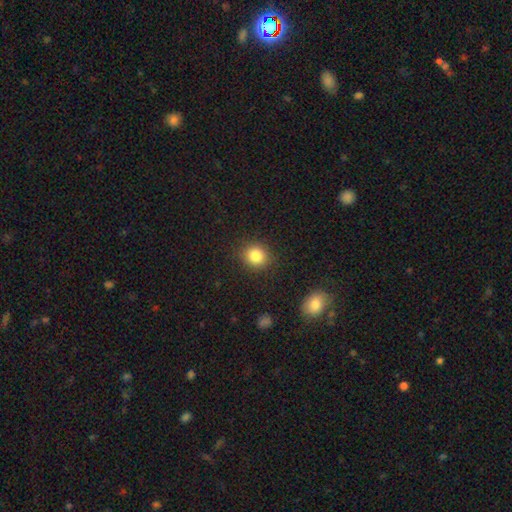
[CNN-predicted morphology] smooth-or-featured: smooth: 84% | star or artifact: 11% | featured or disk: 6%
  how-rounded: round: 80% | in between: 19% | cigar-shaped: 1%
  merging: none: 89% | minor disturbance: 7% | major disturbance: 2% | merger: 1%